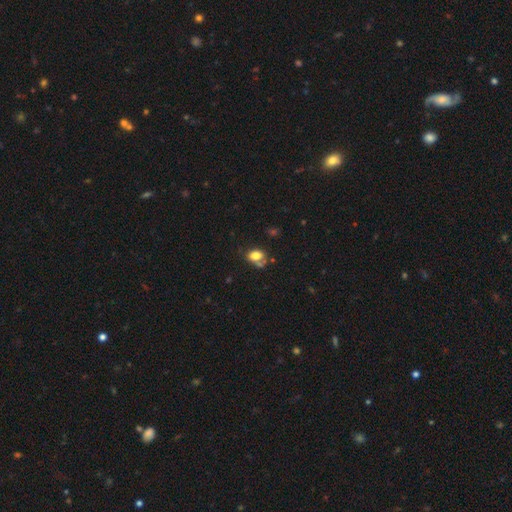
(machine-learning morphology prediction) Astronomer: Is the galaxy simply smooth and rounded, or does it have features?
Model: smooth — 75%.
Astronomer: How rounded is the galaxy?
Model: in between — 74%.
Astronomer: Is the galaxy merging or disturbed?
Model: none — 46% (runner-up: minor disturbance, 21%).